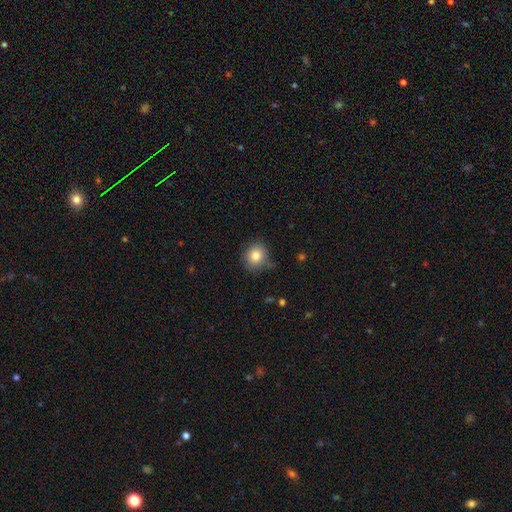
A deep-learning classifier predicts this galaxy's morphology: Q: Smooth or featured?
A: smooth (82%); runner-up: star or artifact (10%)
Q: How rounded?
A: round (81%); runner-up: in between (18%)
Q: Merging?
A: none (83%); runner-up: minor disturbance (12%)